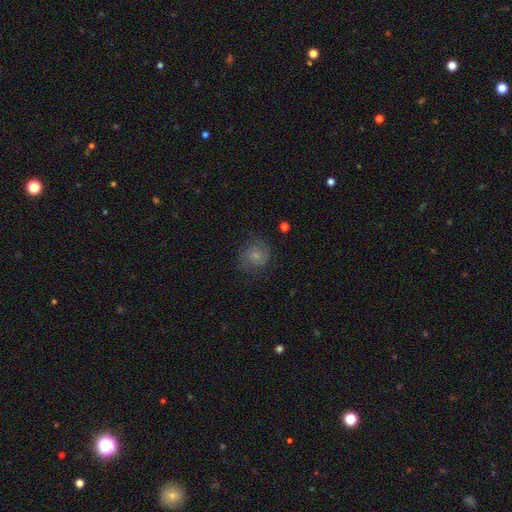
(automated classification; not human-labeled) smooth_or_featured: featured or disk (p=0.51) [alt: smooth p=0.39]
disk_edge_on: no (p=0.98) [alt: yes p=0.02]
bar: no (p=0.74) [alt: weak p=0.23]
has_spiral_arms: yes (p=0.89) [alt: no p=0.11]
bulge_size: small (p=0.57) [alt: moderate p=0.25]
merging: none (p=0.73) [alt: minor disturbance p=0.17]